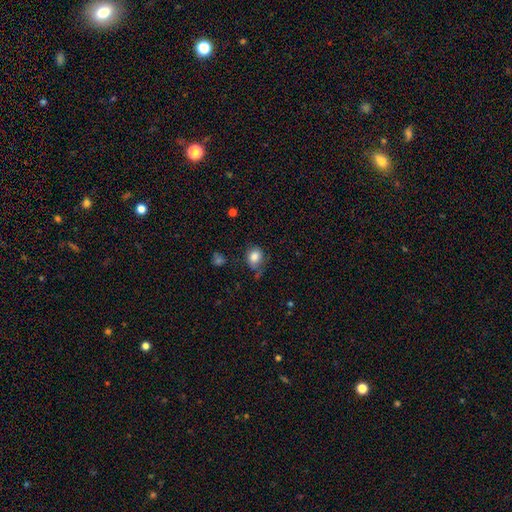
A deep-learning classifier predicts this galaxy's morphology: This is clearly a smooth galaxy (83%). How rounded: possibly round (60%). Merging: likely none (61%).